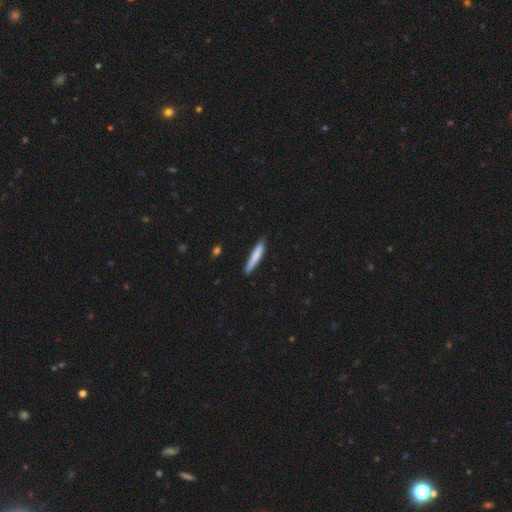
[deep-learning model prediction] smooth_or_featured: smooth (p=0.76) [alt: featured or disk p=0.19]
how_rounded: cigar-shaped (p=0.92) [alt: in between p=0.07]
merging: none (p=0.83) [alt: minor disturbance p=0.14]